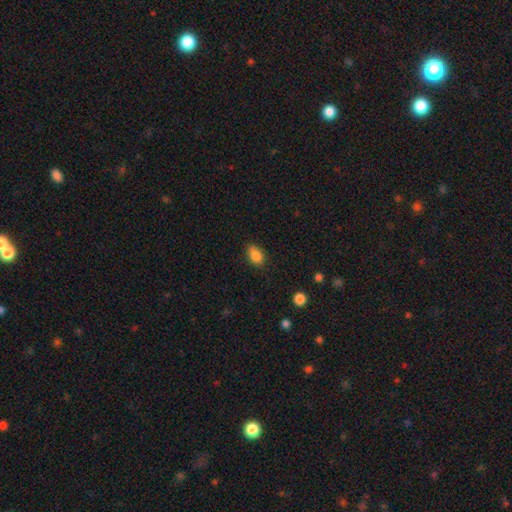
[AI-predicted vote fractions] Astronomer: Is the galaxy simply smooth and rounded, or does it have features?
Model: smooth — 85%.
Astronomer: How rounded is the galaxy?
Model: in between — 82%.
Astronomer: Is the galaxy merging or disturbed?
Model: none — 79%.